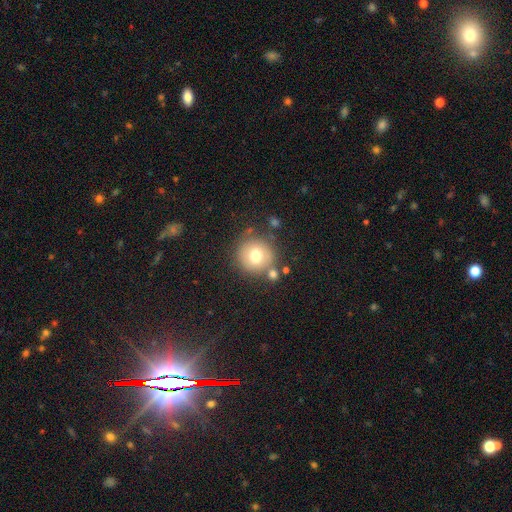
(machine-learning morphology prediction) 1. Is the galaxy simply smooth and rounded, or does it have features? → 72% smooth, 17% featured or disk, 12% star or artifact.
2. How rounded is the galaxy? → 93% round, 6% in between, 1% cigar-shaped.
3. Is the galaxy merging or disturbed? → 76% none, 11% minor disturbance, 9% merger, 4% major disturbance.